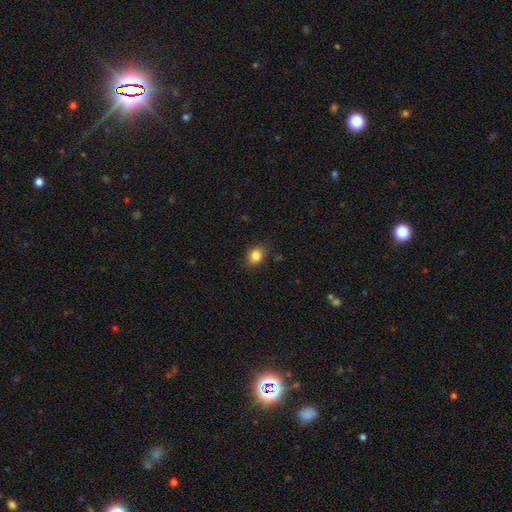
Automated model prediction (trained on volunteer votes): A smooth galaxy with no disk features (85%) that is in between round and cigar-shaped (55%).

Vote fractions:
- Smooth or featured? smooth: 85% / star or artifact: 10% / featured or disk: 6%
- How rounded? in between: 55% / round: 44% / cigar-shaped: 1%
- Merging? none: 85% / minor disturbance: 11% / major disturbance: 3% / merger: 1%